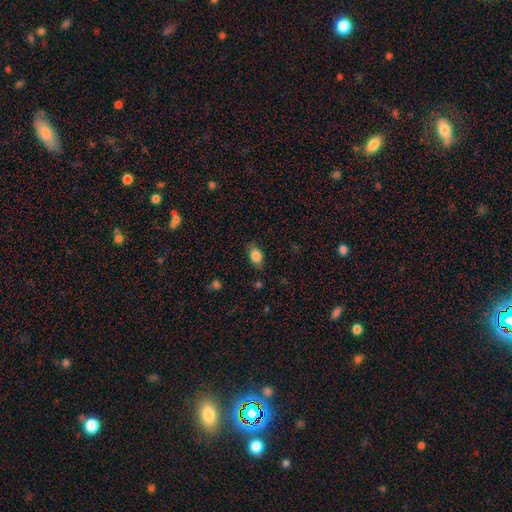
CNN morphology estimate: Smooth or featured? Predicted: smooth (p=0.84). How rounded? Predicted: in between (p=0.83). Merging? Predicted: none (p=0.79).